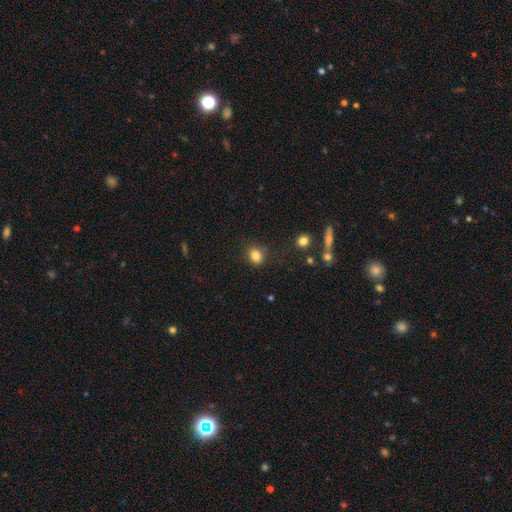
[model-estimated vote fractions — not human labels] Smooth or featured?
  - smooth: 83% *
  - star or artifact: 11%
  - featured or disk: 6%
How rounded?
  - round: 57% *
  - in between: 42%
  - cigar-shaped: 1%
Merging?
  - none: 83% *
  - minor disturbance: 12%
  - major disturbance: 3%
  - merger: 2%